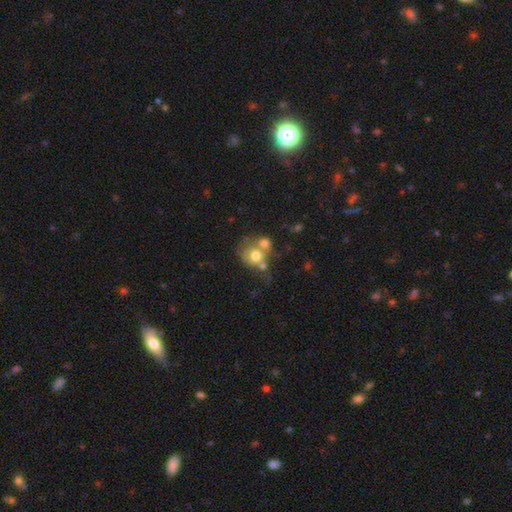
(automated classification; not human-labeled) The model was most divided on "merging": merger: 57%, none: 23%, major disturbance: 10%, minor disturbance: 10%. More confident: how rounded — round (72%); smooth or featured — smooth (63%).